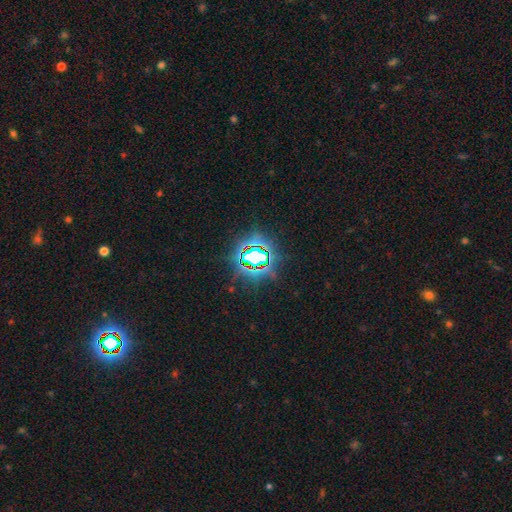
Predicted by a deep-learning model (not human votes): smooth_or_featured: star or artifact (p=0.77) [alt: smooth p=0.13]